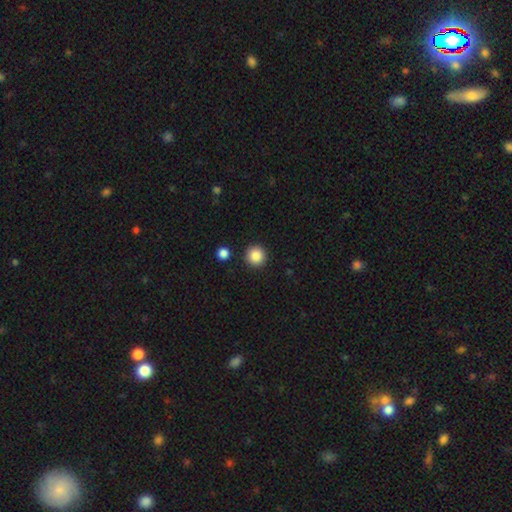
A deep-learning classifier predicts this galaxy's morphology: The model was most divided on "smooth or featured": smooth: 87%, star or artifact: 9%, featured or disk: 4%. More confident: how rounded — round (95%); merging — none (91%).